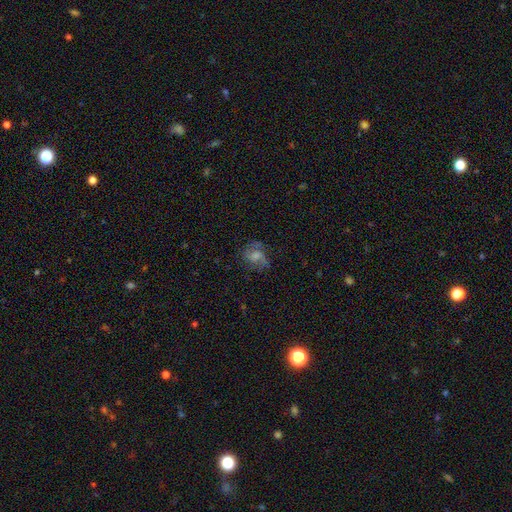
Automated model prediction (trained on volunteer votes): Smooth or featured?
  - featured or disk: 58% *
  - smooth: 25%
  - star or artifact: 17%
Edge-on disk?
  - no: 97% *
  - yes: 3%
Bar?
  - no: 57% *
  - weak: 36%
  - strong: 7%
Spiral arms?
  - yes: 86% *
  - no: 14%
Bulge size?
  - moderate: 46% *
  - small: 29%
  - large: 12%
  - none: 11%
  - dominant: 2%
Merging?
  - none: 65% *
  - minor disturbance: 19%
  - major disturbance: 14%
  - merger: 2%